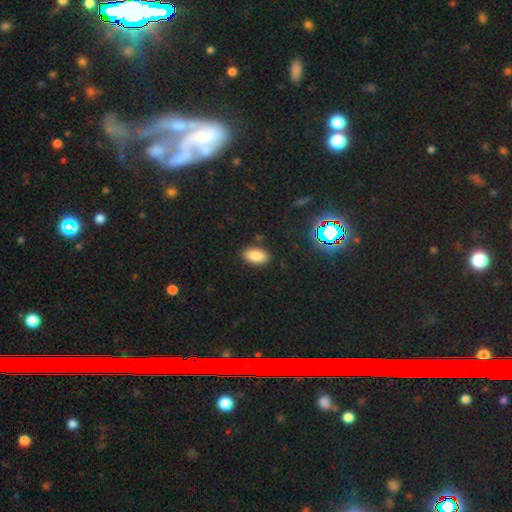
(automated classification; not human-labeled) The model was most divided on "smooth or featured": smooth: 84%, star or artifact: 11%, featured or disk: 5%. More confident: how rounded — in between (93%); merging — none (87%).